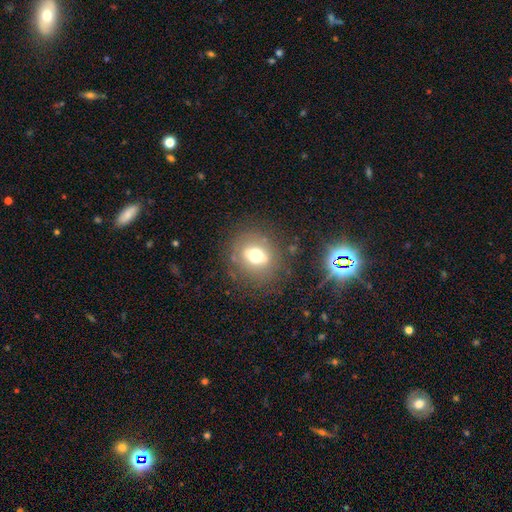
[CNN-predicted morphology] Q: Smooth or featured?
A: smooth (55%); runner-up: featured or disk (31%)
Q: How rounded?
A: round (63%); runner-up: in between (36%)
Q: Merging?
A: none (76%); runner-up: minor disturbance (13%)